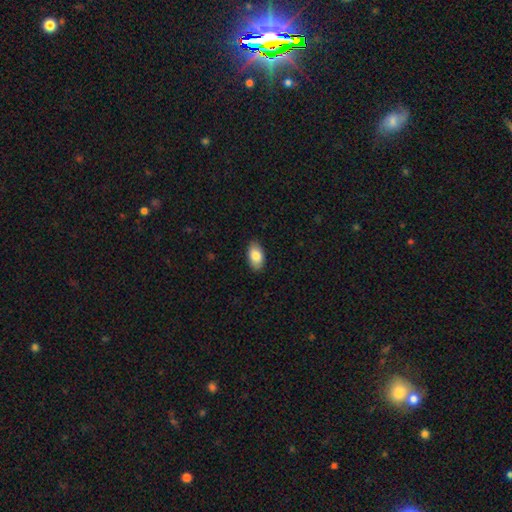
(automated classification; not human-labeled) A smooth galaxy with no disk features (85%) that is in between round and cigar-shaped (94%). Merging: none (88%).